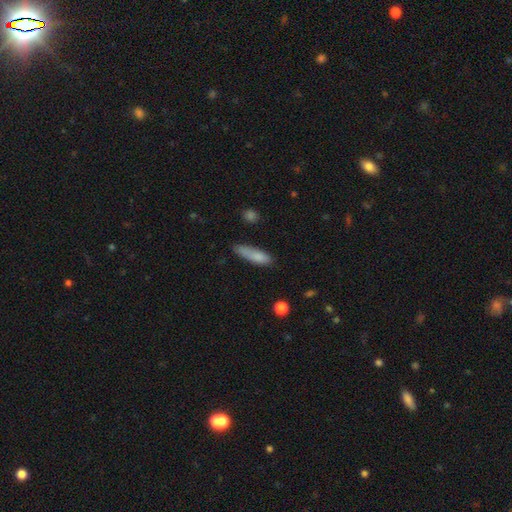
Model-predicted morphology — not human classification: Smooth or featured? smooth (82%)
How rounded? cigar-shaped (69%)
Merging? none (63%)